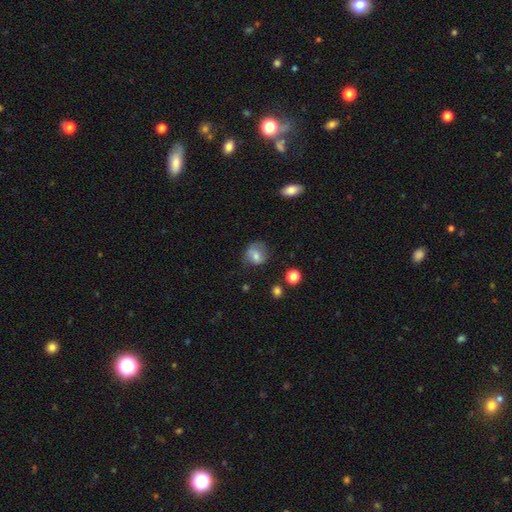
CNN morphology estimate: smooth_or_featured: smooth (p=0.63) [alt: featured or disk p=0.27]
how_rounded: round (p=0.68) [alt: in between p=0.31]
merging: none (p=0.61) [alt: minor disturbance p=0.26]